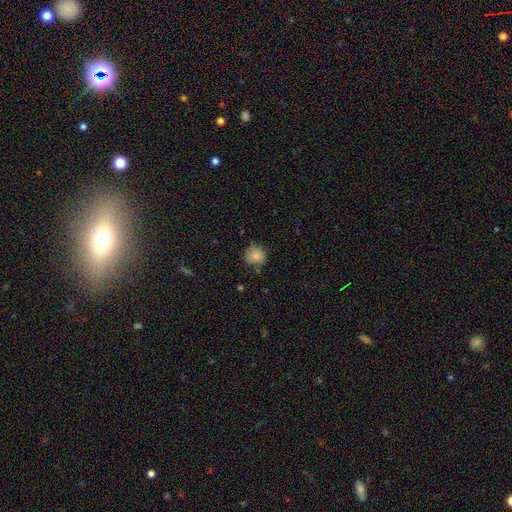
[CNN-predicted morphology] smooth-or-featured: smooth: 82% | star or artifact: 10% | featured or disk: 8%
  how-rounded: round: 88% | in between: 11% | cigar-shaped: 1%
  merging: none: 76% | minor disturbance: 19% | major disturbance: 3% | merger: 2%